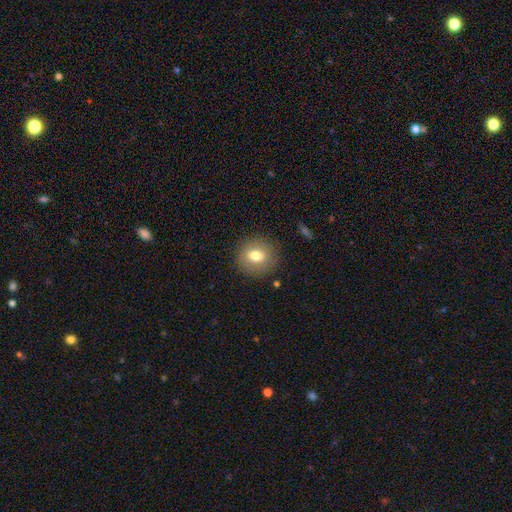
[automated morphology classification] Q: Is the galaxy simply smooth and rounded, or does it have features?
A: smooth — 73%.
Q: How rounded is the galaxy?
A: round — 79%.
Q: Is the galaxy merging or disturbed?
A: none — 87%.